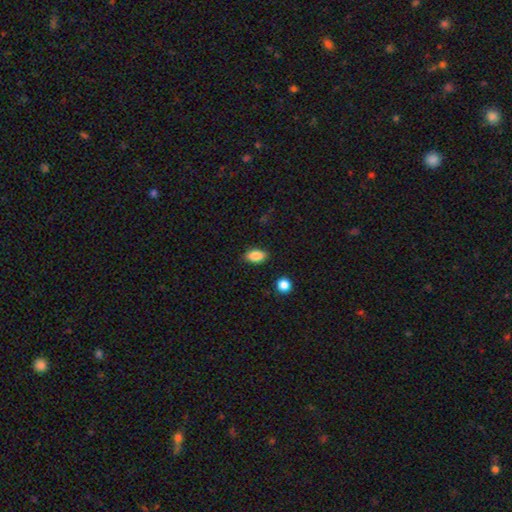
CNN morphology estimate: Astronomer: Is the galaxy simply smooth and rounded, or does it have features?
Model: smooth — 86%.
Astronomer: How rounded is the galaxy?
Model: in between — 90%.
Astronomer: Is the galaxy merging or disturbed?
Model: none — 86%.